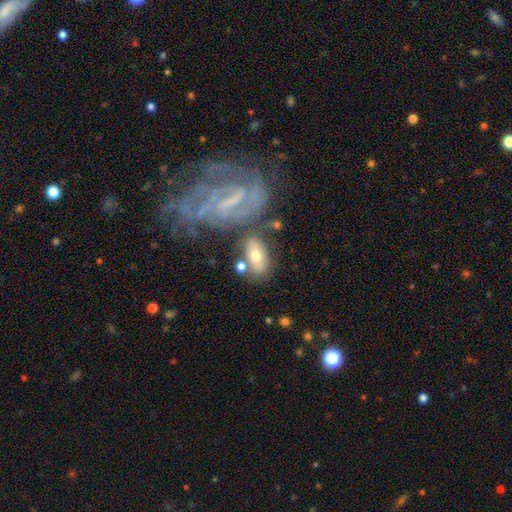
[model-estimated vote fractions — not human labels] smooth_or_featured: smooth (p=0.46) [tied with: featured or disk p=0.46]
merging: none (p=0.58) [alt: merger p=0.18]